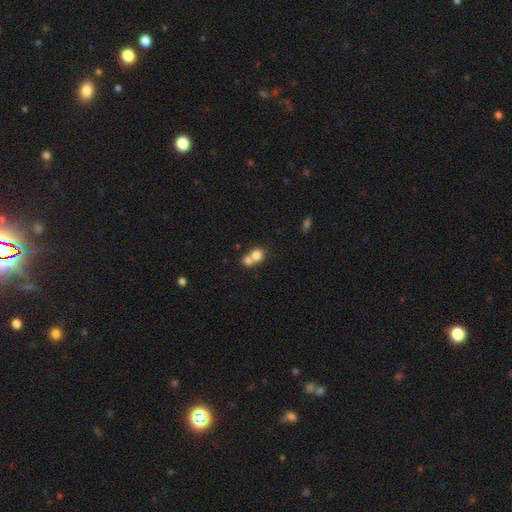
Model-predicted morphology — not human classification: Smooth or featured? smooth (76%)
How rounded? round (69%)
Merging? merger (64%)